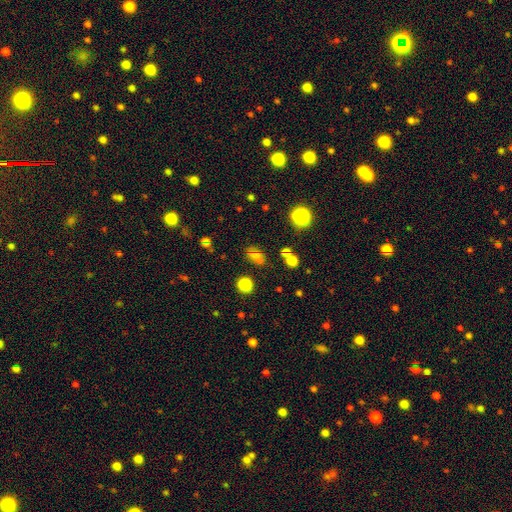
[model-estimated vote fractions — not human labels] smooth_or_featured: smooth (p=0.56) [alt: star or artifact p=0.31]
how_rounded: in between (p=0.62) [alt: round p=0.36]
merging: none (p=0.66) [alt: minor disturbance p=0.17]